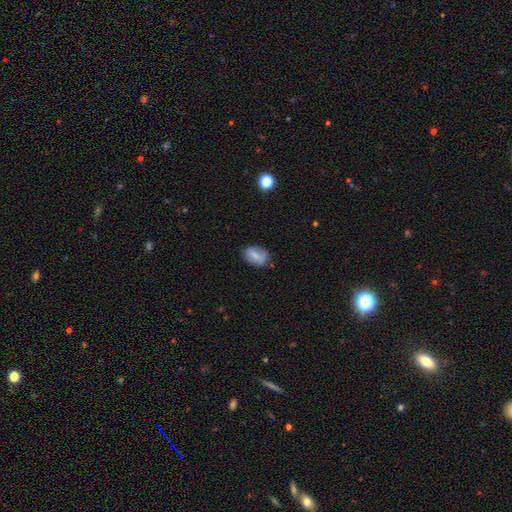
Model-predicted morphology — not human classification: Smooth or featured? smooth (68%)
How rounded? in between (82%)
Merging? none (71%)